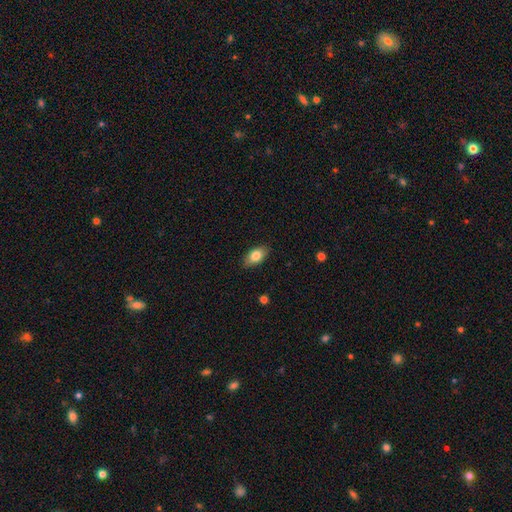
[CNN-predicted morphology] Smooth or featured? Predicted: smooth (p=0.81). How rounded? Predicted: in between (p=0.91). Merging? Predicted: none (p=0.87).